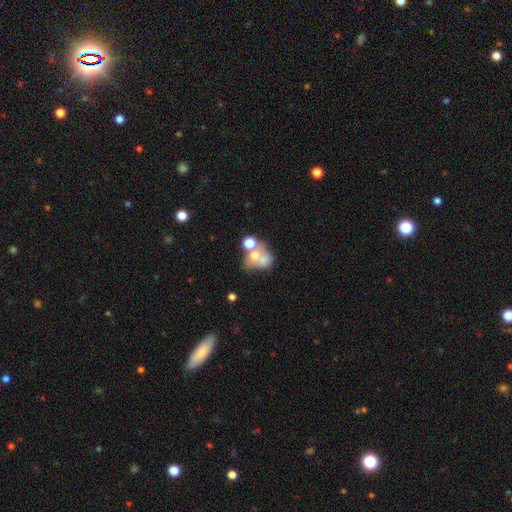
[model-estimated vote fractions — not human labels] A smooth galaxy with no disk features (54%) that is round (53%).

Vote fractions:
- Smooth or featured? smooth: 54% / featured or disk: 32% / star or artifact: 15%
- How rounded? round: 53% / in between: 46% / cigar-shaped: 1%
- Merging? merger: 54% / none: 23% / major disturbance: 12% / minor disturbance: 11%